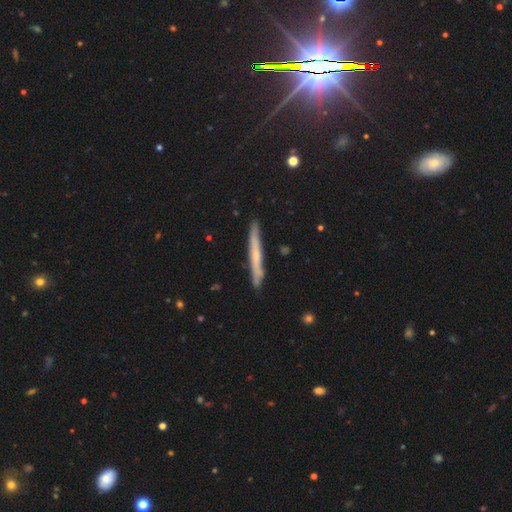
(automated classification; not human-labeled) Morphology: type=featured or disk (48%); merging=none (87%).